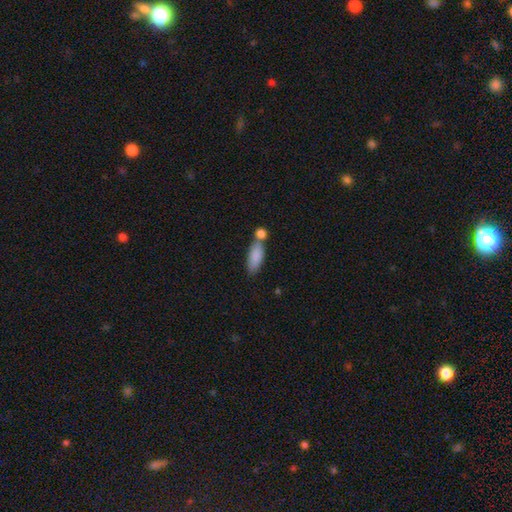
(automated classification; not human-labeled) Smooth or featured? Predicted: smooth (p=0.85). How rounded? Predicted: in between (p=0.72). Merging? Predicted: none (p=0.51).